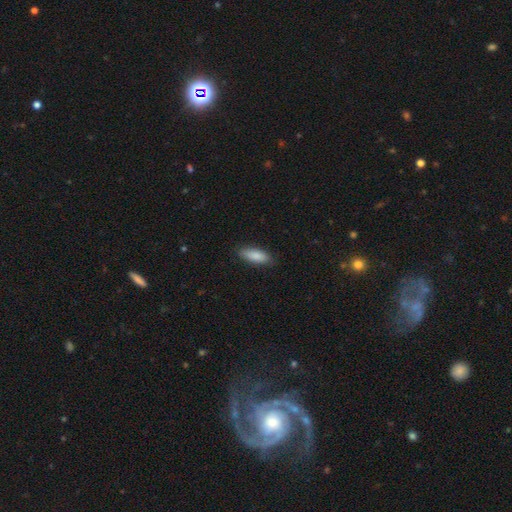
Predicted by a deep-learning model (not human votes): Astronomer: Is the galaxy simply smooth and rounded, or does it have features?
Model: smooth — 86%.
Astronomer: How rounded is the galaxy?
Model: in between — 72%.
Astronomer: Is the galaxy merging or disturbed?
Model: none — 86%.